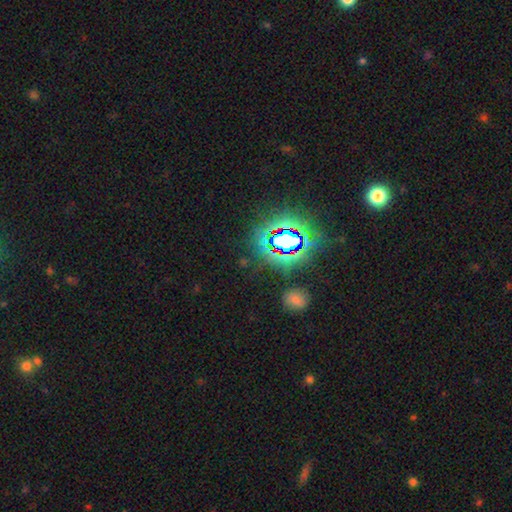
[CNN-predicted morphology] The model was most divided on "smooth or featured": star or artifact: 80%, smooth: 12%, featured or disk: 8%.